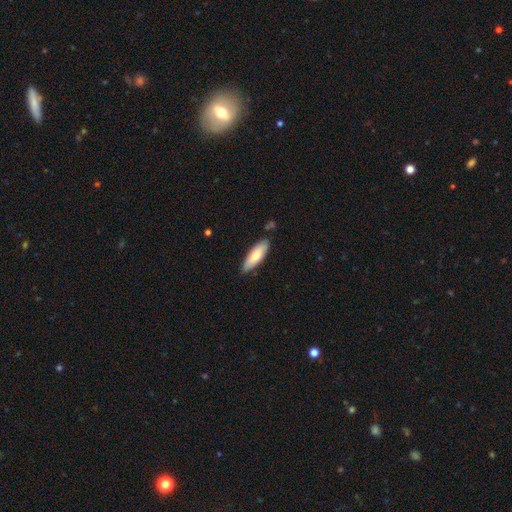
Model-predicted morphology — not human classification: Q: Smooth or featured?
A: smooth (72%); runner-up: featured or disk (22%)
Q: How rounded?
A: in between (58%); runner-up: cigar-shaped (40%)
Q: Merging?
A: none (83%); runner-up: minor disturbance (13%)